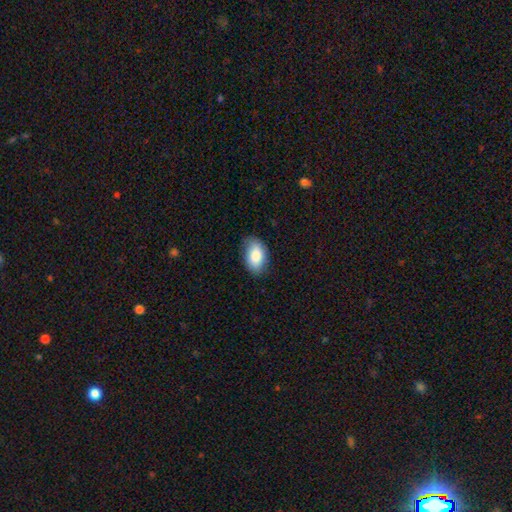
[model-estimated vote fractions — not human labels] This appears to be a smooth galaxy with no disk features (84%) that is in between round and cigar-shaped (92%). Merging: none (79%).